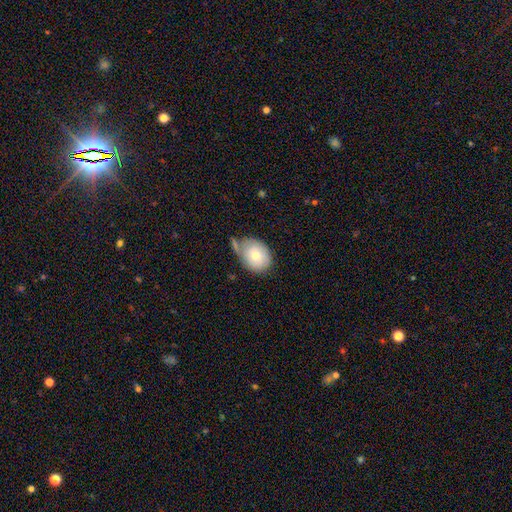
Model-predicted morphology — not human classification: Smooth or featured? Predicted: smooth (p=0.74). How rounded? Predicted: in between (p=0.59). Merging? Predicted: none (p=0.46).